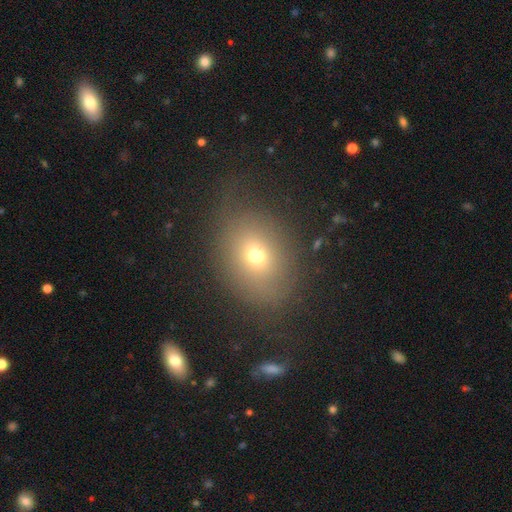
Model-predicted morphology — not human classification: This appears to be a smooth galaxy with no disk features (65%) that is in between round and cigar-shaped (51%). Merging: none (67%).